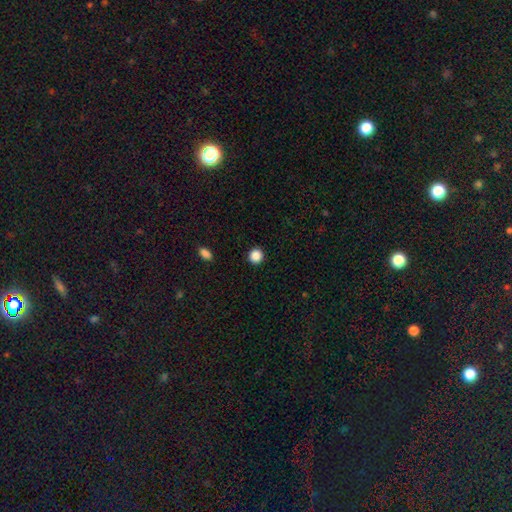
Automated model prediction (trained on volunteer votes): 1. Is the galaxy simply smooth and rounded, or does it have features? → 87% smooth, 10% star or artifact, 3% featured or disk.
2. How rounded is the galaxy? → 94% round, 5% in between, 1% cigar-shaped.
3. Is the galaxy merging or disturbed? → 93% none, 5% minor disturbance, 2% major disturbance, 1% merger.